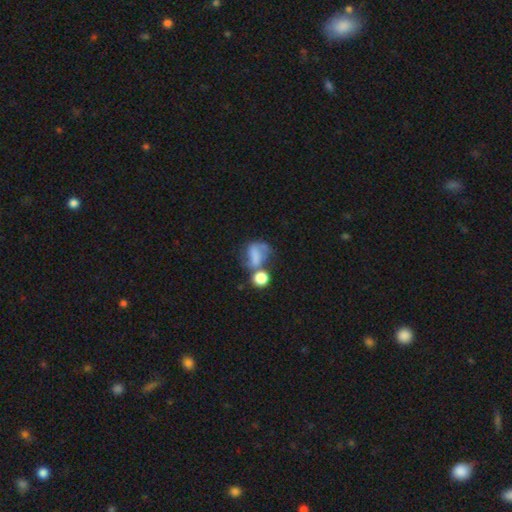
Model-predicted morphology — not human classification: smooth_or_featured: smooth (p=0.51) [alt: featured or disk p=0.36]
how_rounded: in between (p=0.51) [alt: round p=0.46]
merging: merger (p=0.32) [alt: none p=0.25]